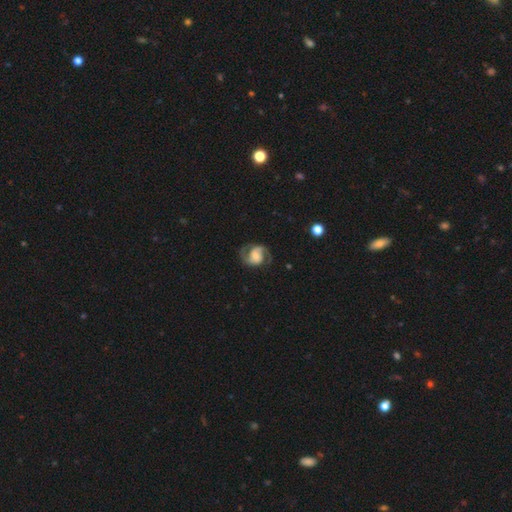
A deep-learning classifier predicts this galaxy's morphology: type=featured or disk (81%); edge-on=no (98%); bar=no (52%); spiral arms=yes (95%); winding=medium (53%); arm count=2 (91%); bulge=moderate (41%); merging=none (74%).